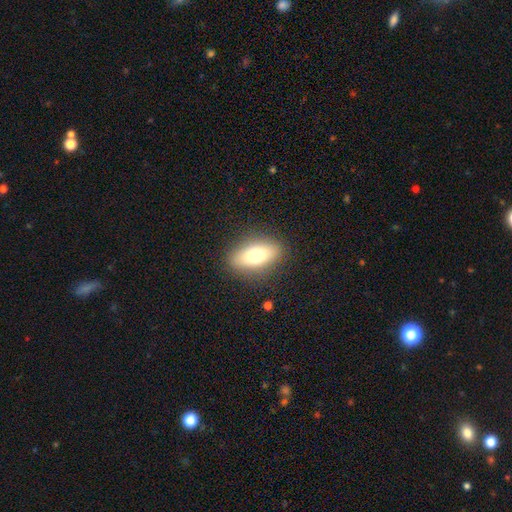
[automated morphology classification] smooth 74%, featured or disk 18%, star or artifact 8%. Down the decision tree: how rounded — in between (81%); merging — none (87%).